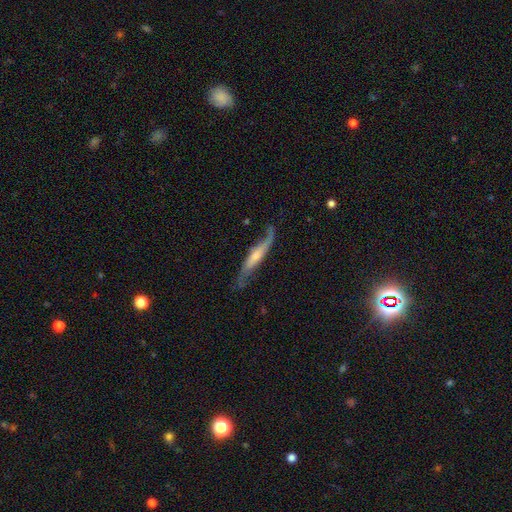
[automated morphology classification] Smooth or featured? Predicted: featured or disk (p=0.74). Edge-on disk? Predicted: yes (p=0.53). Merging? Predicted: none (p=0.61).